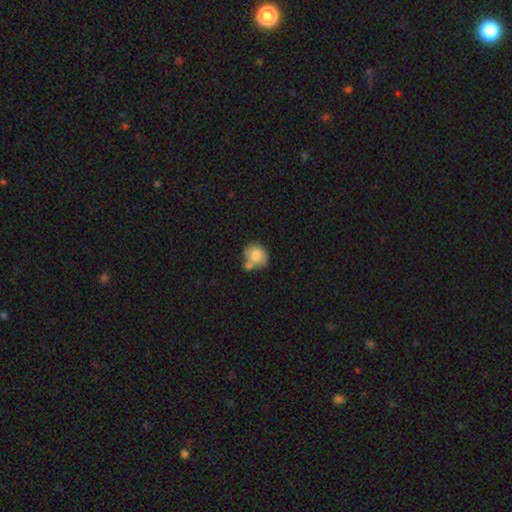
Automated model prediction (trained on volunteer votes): Morphology: type=smooth (80%); roundness=round (71%); merging=none (42%).